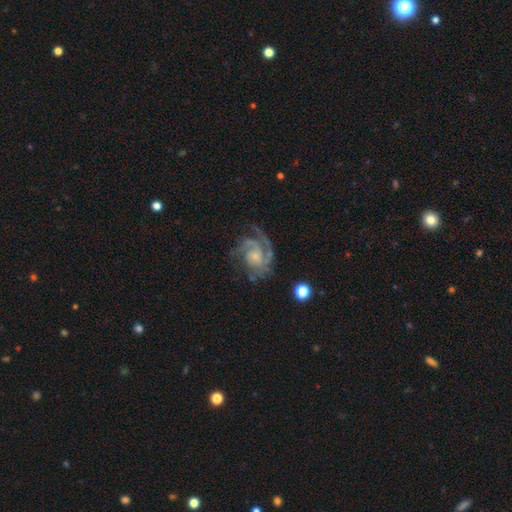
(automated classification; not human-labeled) A featured or disk galaxy (89%) with no bar (70%), 2 (36%) tight (52%) spiral arms (97%) and a small central bulge (66%).

Vote fractions:
- Smooth or featured? featured or disk: 89% / star or artifact: 5% / smooth: 5%
- Edge-on disk? no: 98% / yes: 2%
- Bar? no: 70% / weak: 25% / strong: 5%
- Spiral arms? yes: 97% / no: 3%
- Spiral winding? tight: 52% / medium: 39% / loose: 9%
- Spiral arm count? 2: 36% / 3: 28% / can't tell: 15% / 1: 9% / 4: 7% / more than 4: 6%
- Bulge size? small: 66% / moderate: 21% / none: 9% / large: 2% / dominant: 1%
- Merging? none: 62% / minor disturbance: 19% / major disturbance: 16% / merger: 2%